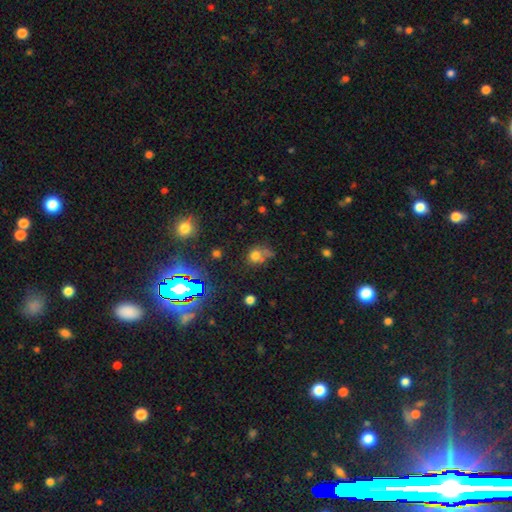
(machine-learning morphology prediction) This is likely a smooth galaxy (65%). How rounded: likely round (71%). Merging: possibly none (45%).